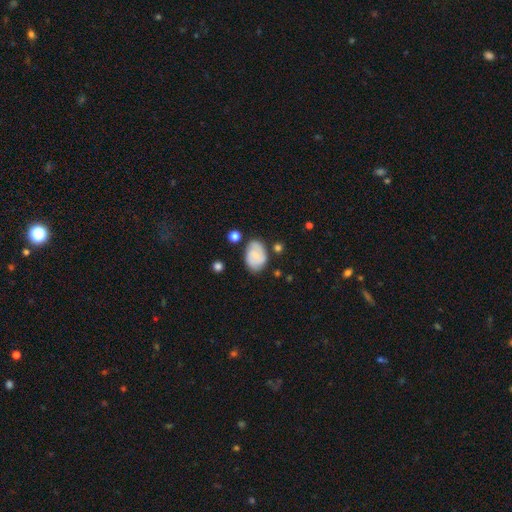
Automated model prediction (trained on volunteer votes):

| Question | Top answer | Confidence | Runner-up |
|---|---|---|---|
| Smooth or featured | featured or disk | 57% | smooth (35%) |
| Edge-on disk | no | 97% | yes (3%) |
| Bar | no | 52% | weak (41%) |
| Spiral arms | yes | 87% | no (13%) |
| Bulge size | small | 64% | moderate (19%) |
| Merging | none | 70% | minor disturbance (20%) |